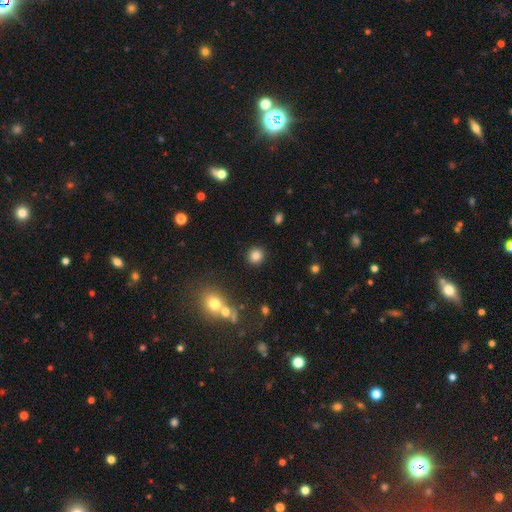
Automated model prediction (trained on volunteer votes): The model was most divided on "smooth or featured": smooth: 83%, star or artifact: 12%, featured or disk: 5%. More confident: how rounded — round (91%); merging — none (90%).